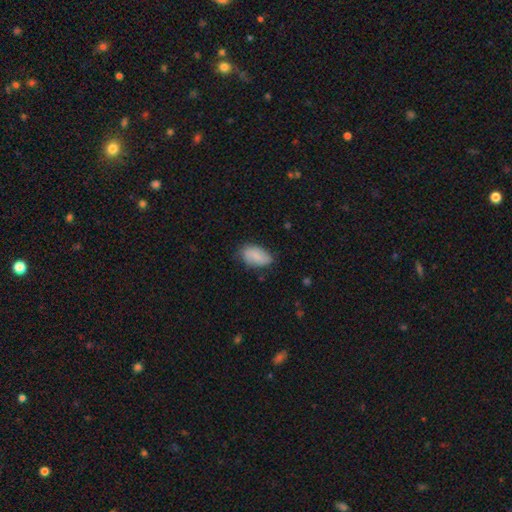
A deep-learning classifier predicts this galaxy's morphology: Overall: smooth (78%). How rounded: in between (92%). Merging: none (70%).